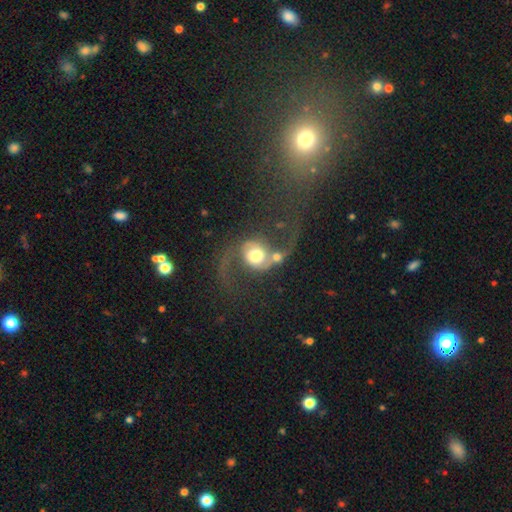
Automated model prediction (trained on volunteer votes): Smooth or featured?
  - featured or disk: 76% *
  - smooth: 17%
  - star or artifact: 7%
Edge-on disk?
  - no: 97% *
  - yes: 3%
Bar?
  - no: 64% *
  - weak: 27%
  - strong: 9%
Spiral arms?
  - yes: 91% *
  - no: 9%
Spiral winding?
  - loose: 77% *
  - medium: 19%
  - tight: 4%
Spiral arm count?
  - 2: 90% *
  - 1: 4%
  - can't tell: 2%
  - 3: 1%
  - 4: 1%
  - more than 4: 1%
Bulge size?
  - moderate: 52% *
  - large: 31%
  - small: 8%
  - dominant: 8%
  - none: 2%
Merging?
  - merger: 34% *
  - none: 33%
  - major disturbance: 22%
  - minor disturbance: 11%